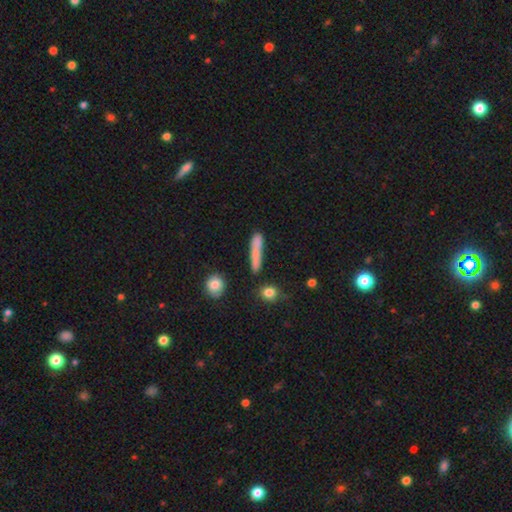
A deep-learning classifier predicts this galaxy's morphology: A smooth galaxy with no disk features (75%) that is cigar-shaped (86%). Merging: none (67%).